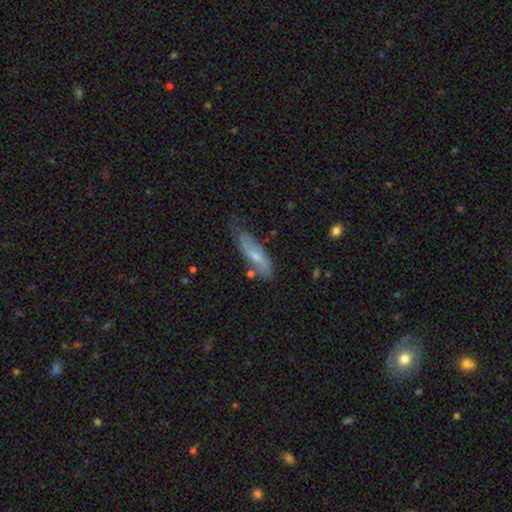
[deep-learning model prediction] smooth_or_featured: featured or disk (p=0.50) [alt: smooth p=0.44]
merging: none (p=0.52) [alt: minor disturbance p=0.34]